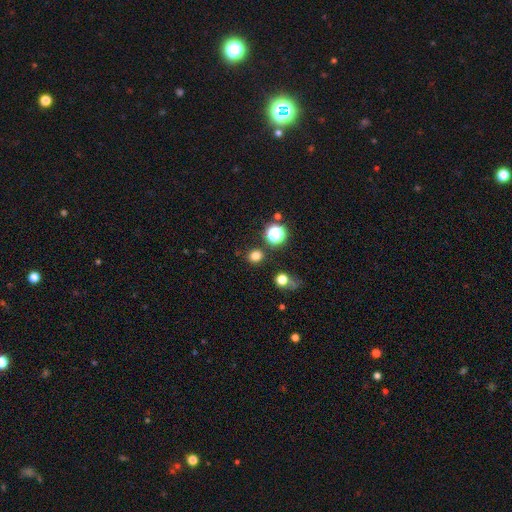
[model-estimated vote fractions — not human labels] This is likely a smooth galaxy (76%). How rounded: clearly round (84%). Merging: clearly none (86%).